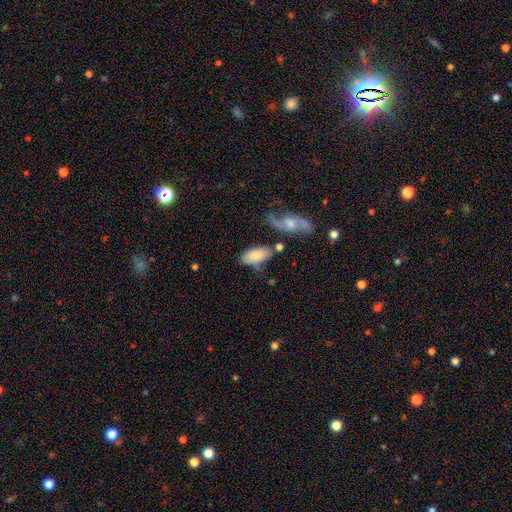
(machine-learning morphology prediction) type=smooth (76%); roundness=in between (91%); merging=none (50%).